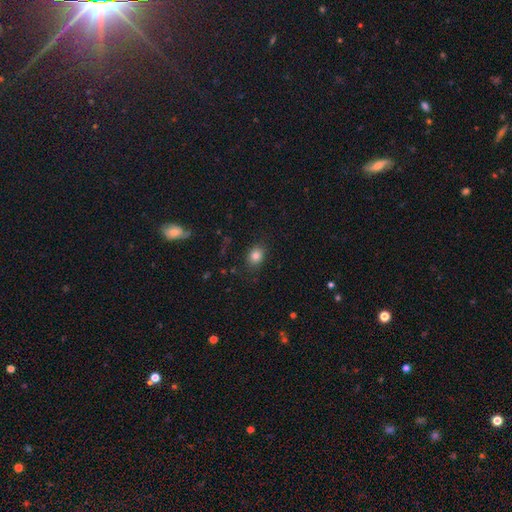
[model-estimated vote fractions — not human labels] The model was most divided on "how rounded": in between: 58%, round: 41%, cigar-shaped: 1%. More confident: merging — none (84%); smooth or featured — smooth (81%).